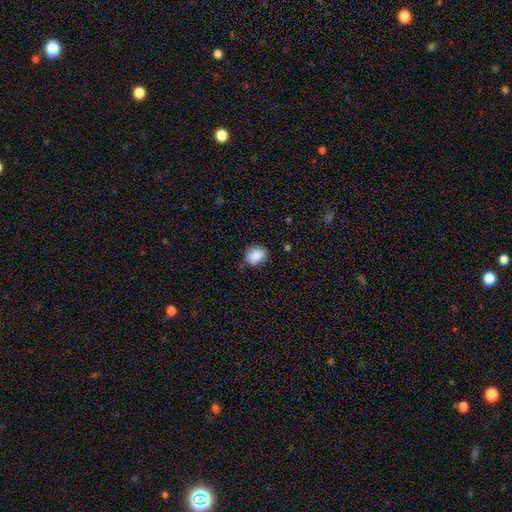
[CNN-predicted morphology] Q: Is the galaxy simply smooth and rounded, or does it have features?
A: smooth — 86%.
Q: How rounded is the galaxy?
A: in between — 52%.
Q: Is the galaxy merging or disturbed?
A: none — 66%.